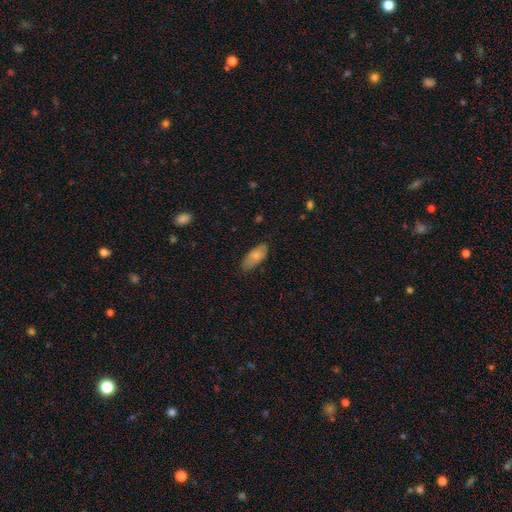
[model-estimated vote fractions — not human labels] This appears to be a smooth galaxy with no disk features (74%) that is in between round and cigar-shaped (87%). Merging: none (72%).